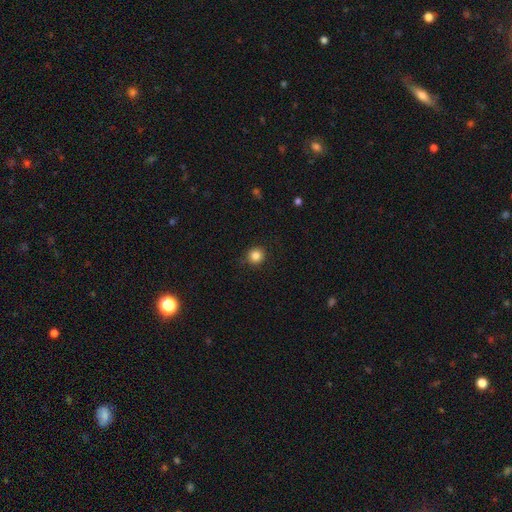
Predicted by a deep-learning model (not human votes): This appears to be a smooth galaxy with no disk features (85%) that is round (92%). Merging: none (87%).